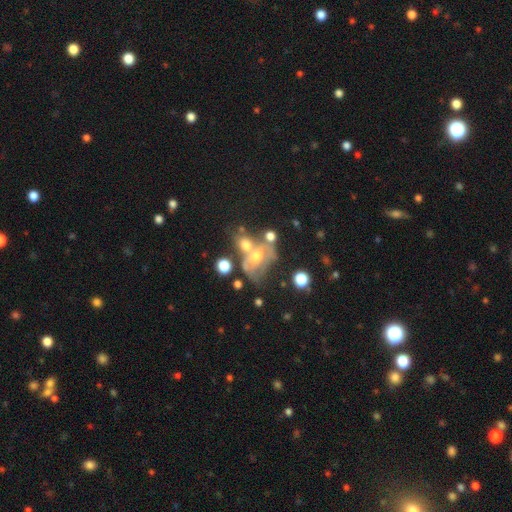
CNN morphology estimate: type=featured or disk (51%); edge-on=no (95%); merging=merger (46%).